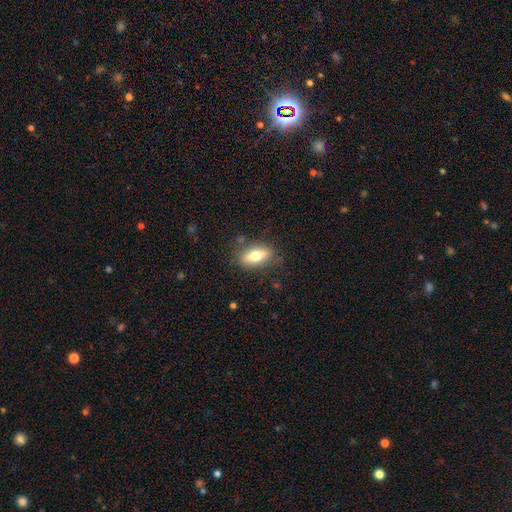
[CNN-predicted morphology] The model was most divided on "smooth or featured": smooth: 68%, featured or disk: 25%, star or artifact: 7%. More confident: merging — none (81%); how rounded — in between (79%).